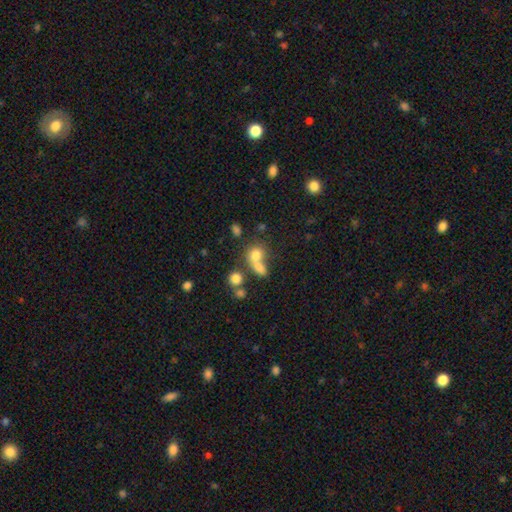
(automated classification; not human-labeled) This appears to be a smooth galaxy with no disk features (73%) that is round (64%). Merging: merger (52%).